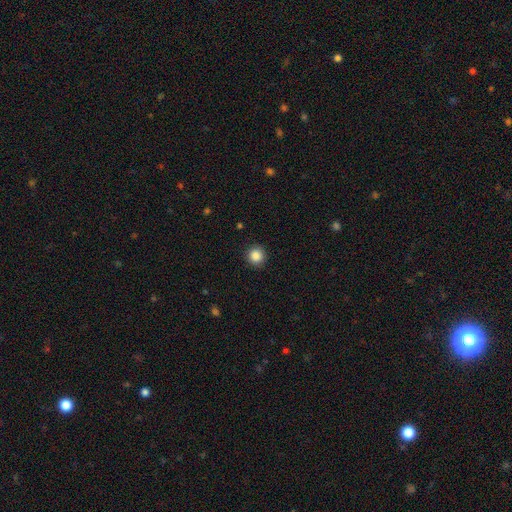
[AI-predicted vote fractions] Overall: smooth (86%). How rounded: round (95%). Merging: none (92%).